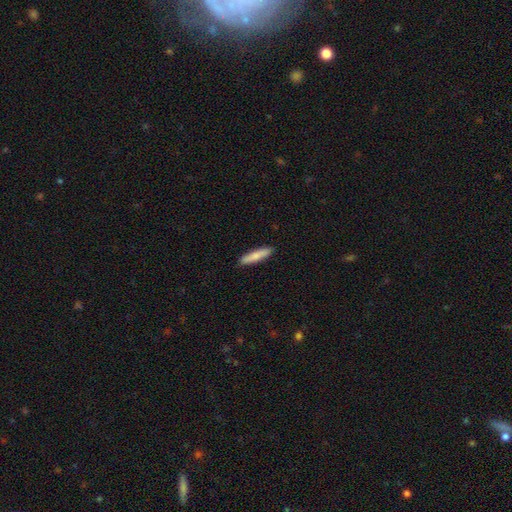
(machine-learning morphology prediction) This appears to be a smooth galaxy with no disk features (79%) that is cigar-shaped (84%). Merging: none (91%).